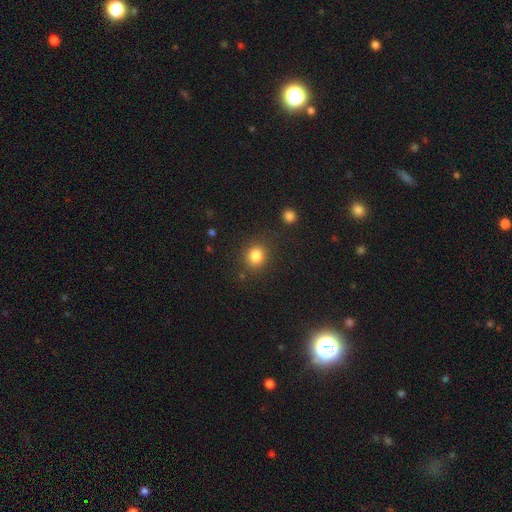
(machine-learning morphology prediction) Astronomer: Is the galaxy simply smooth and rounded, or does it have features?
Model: smooth — 84%.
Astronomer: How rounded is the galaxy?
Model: round — 79%.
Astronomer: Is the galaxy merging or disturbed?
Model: none — 84%.